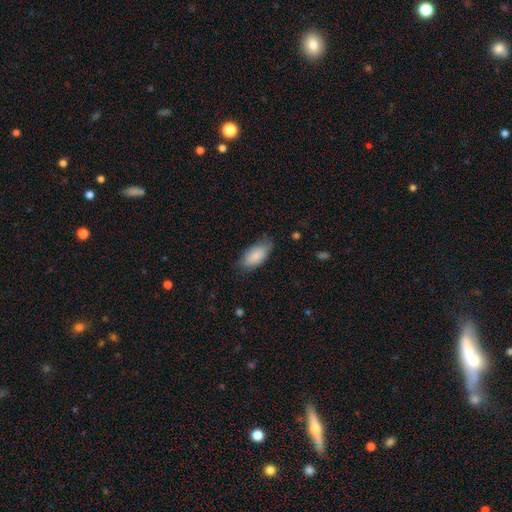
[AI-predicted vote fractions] Smooth or featured?
  - smooth: 86% *
  - featured or disk: 8%
  - star or artifact: 6%
How rounded?
  - in between: 91% *
  - cigar-shaped: 6%
  - round: 3%
Merging?
  - none: 69% *
  - minor disturbance: 25%
  - major disturbance: 5%
  - merger: 1%